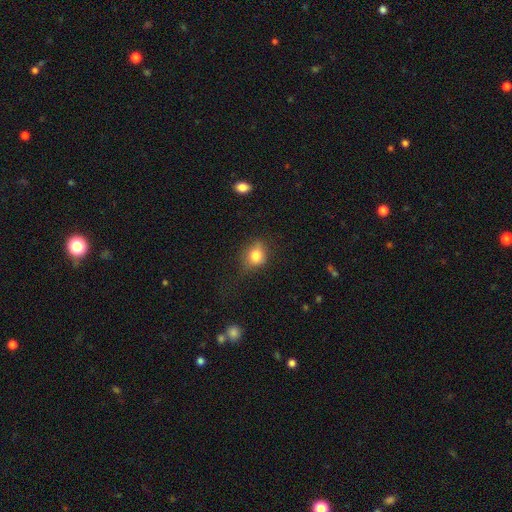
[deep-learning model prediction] This appears to be a smooth galaxy with no disk features (79%) that is round (56%). Merging: none (65%).